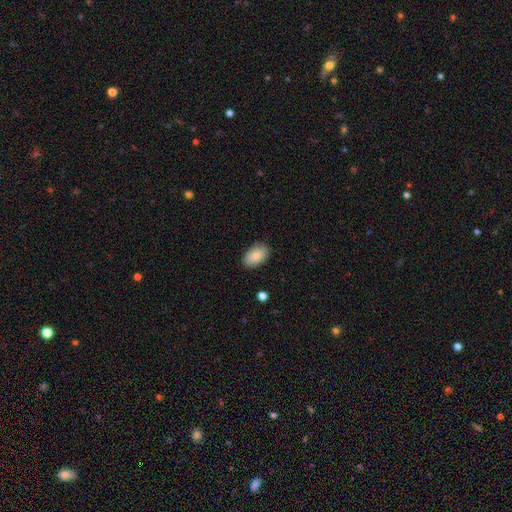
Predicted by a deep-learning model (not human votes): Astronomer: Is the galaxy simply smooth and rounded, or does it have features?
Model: smooth — 84%.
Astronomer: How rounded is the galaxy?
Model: in between — 92%.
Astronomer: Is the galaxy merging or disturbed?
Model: none — 85%.